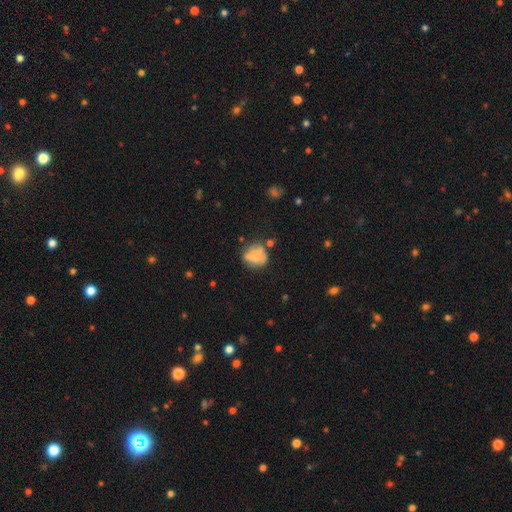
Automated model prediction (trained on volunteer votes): This is possibly a smooth galaxy (50%). Merging: possibly none (50%).